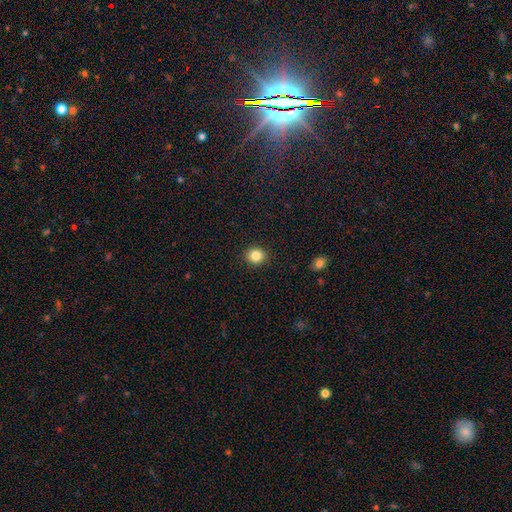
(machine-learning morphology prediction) Smooth or featured?
  - smooth: 84% *
  - star or artifact: 11%
  - featured or disk: 5%
How rounded?
  - round: 82% *
  - in between: 17%
  - cigar-shaped: 1%
Merging?
  - none: 92% *
  - minor disturbance: 5%
  - major disturbance: 2%
  - merger: 1%